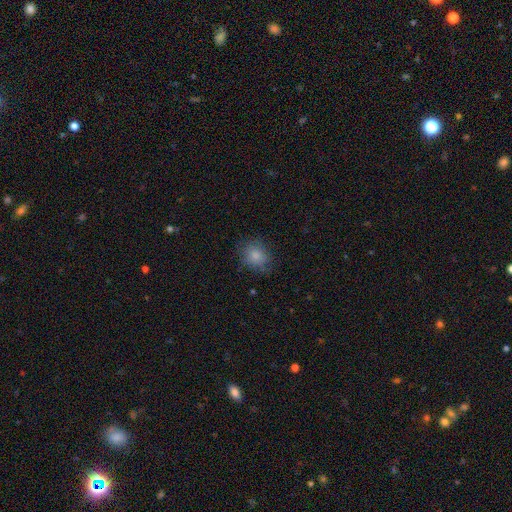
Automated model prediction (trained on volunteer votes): Smooth or featured: smooth — 83% (star or artifact — 9%)
How rounded: round — 66% (in between — 33%)
Merging: none — 75% (minor disturbance — 18%)